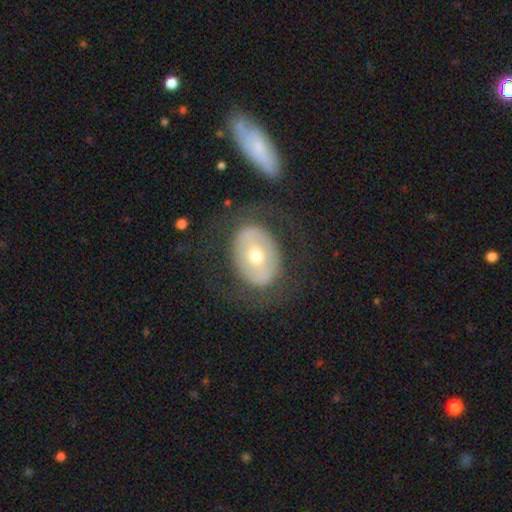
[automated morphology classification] The model was most divided on "smooth or featured": featured or disk: 53%, smooth: 40%, star or artifact: 7%. More confident: edge-on disk — no (93%); merging — none (74%).